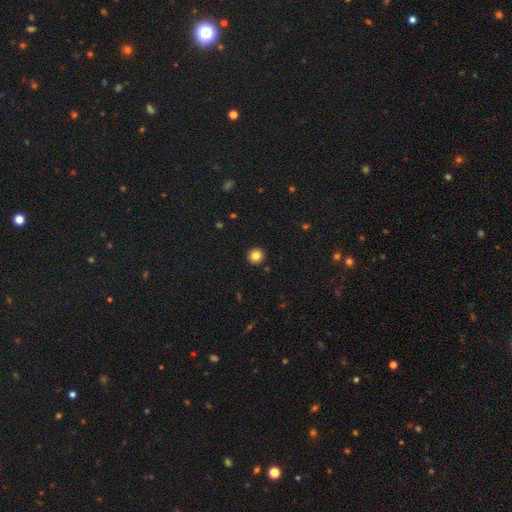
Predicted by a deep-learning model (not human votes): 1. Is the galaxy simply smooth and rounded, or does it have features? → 83% smooth, 11% star or artifact, 6% featured or disk.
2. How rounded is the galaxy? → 95% round, 4% in between, 1% cigar-shaped.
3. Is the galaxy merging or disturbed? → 93% none, 4% minor disturbance, 1% major disturbance, 1% merger.